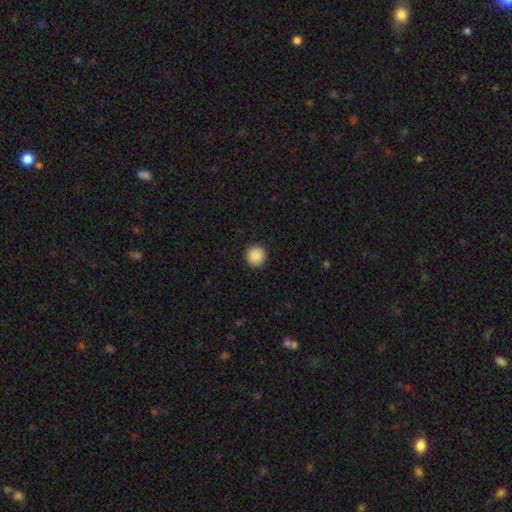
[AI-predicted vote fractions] smooth-or-featured: smooth: 89% | star or artifact: 8% | featured or disk: 2%
  how-rounded: round: 96% | in between: 4% | cigar-shaped: 1%
  merging: none: 93% | minor disturbance: 4% | major disturbance: 2% | merger: 1%